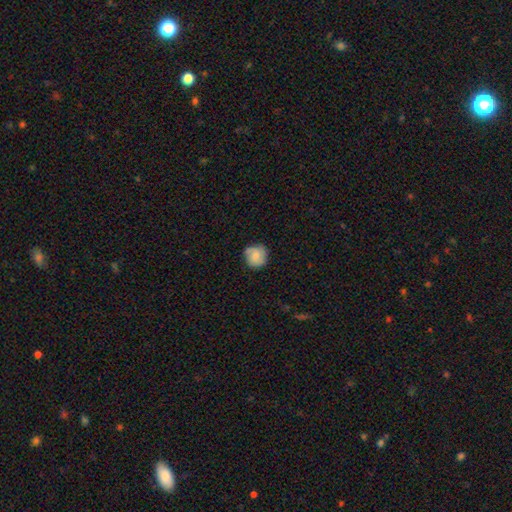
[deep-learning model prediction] This is likely a smooth galaxy (68%). How rounded: clearly round (90%). Merging: likely none (75%).